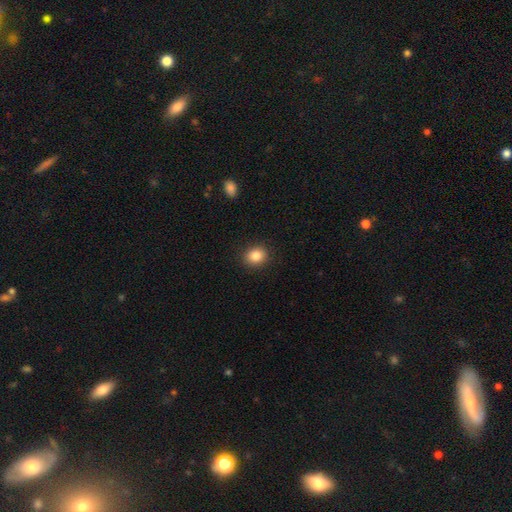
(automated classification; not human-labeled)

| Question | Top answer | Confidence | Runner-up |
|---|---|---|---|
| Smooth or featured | smooth | 85% | star or artifact (10%) |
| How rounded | round | 66% | in between (33%) |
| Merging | none | 90% | minor disturbance (7%) |